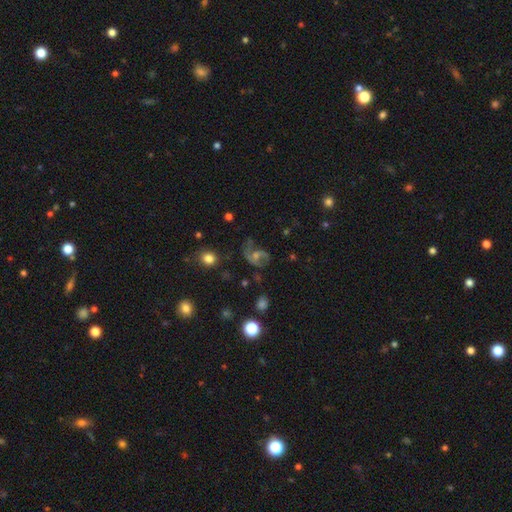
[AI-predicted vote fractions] This appears to be a featured or disk galaxy (64%) with no bar (55%), 2 (62%) medium (43%) spiral arms (84%) and a small central bulge (44%). Merging: none (51%).